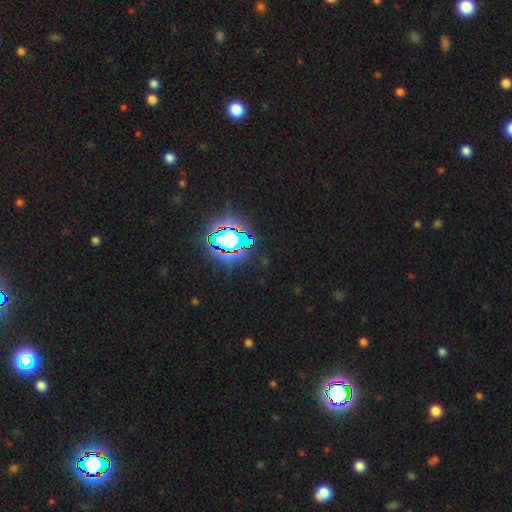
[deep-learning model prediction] star or artifact 83%, smooth 11%, featured or disk 7%.